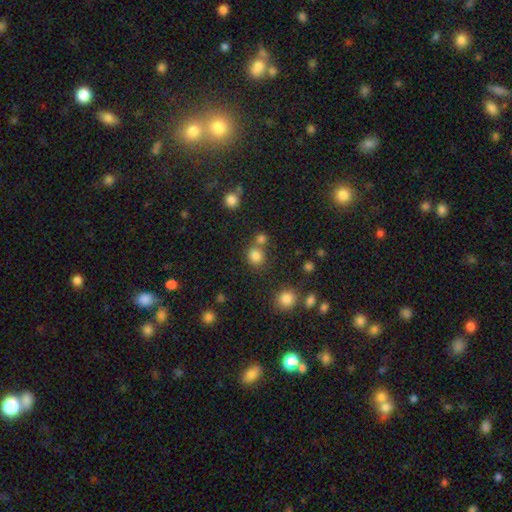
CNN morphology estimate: type=smooth (80%); roundness=round (78%); merging=none (63%).